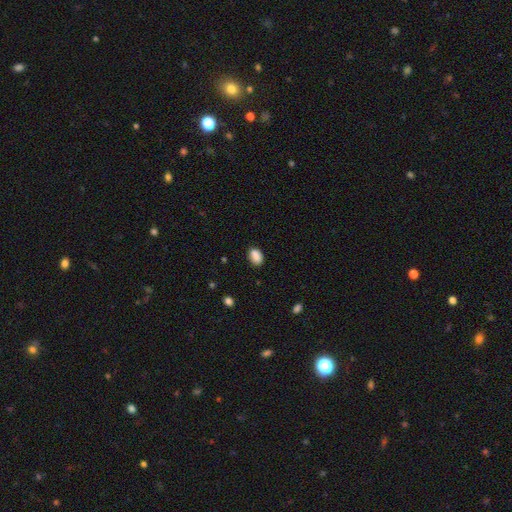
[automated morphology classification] Smooth or featured: smooth — 88% (star or artifact — 9%)
How rounded: in between — 83% (round — 16%)
Merging: none — 79% (minor disturbance — 16%)